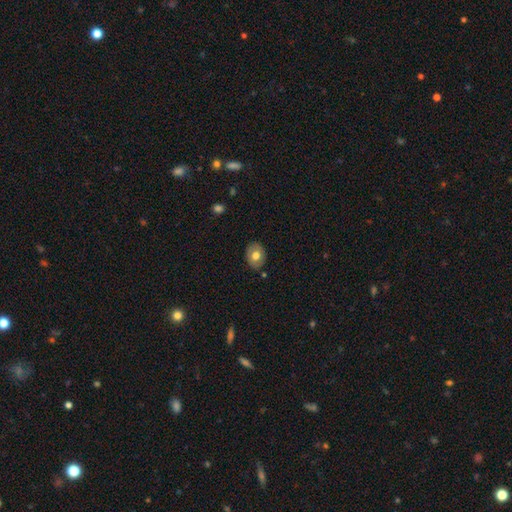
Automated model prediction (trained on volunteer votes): Smooth or featured? Predicted: smooth (p=0.69). How rounded? Predicted: in between (p=0.63). Merging? Predicted: none (p=0.85).